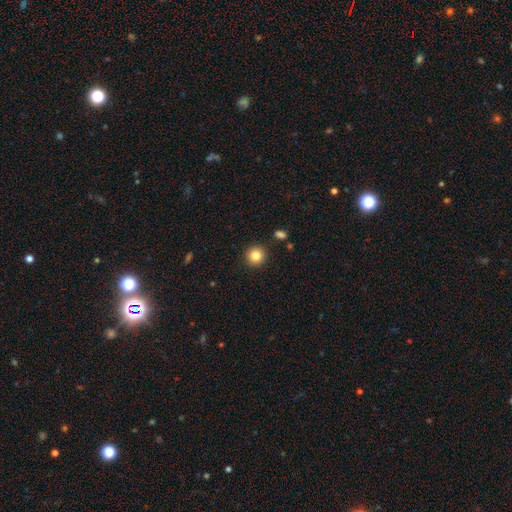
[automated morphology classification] Smooth or featured?
  - smooth: 83% *
  - star or artifact: 11%
  - featured or disk: 7%
How rounded?
  - round: 94% *
  - in between: 5%
  - cigar-shaped: 1%
Merging?
  - none: 90% *
  - minor disturbance: 6%
  - merger: 2%
  - major disturbance: 2%